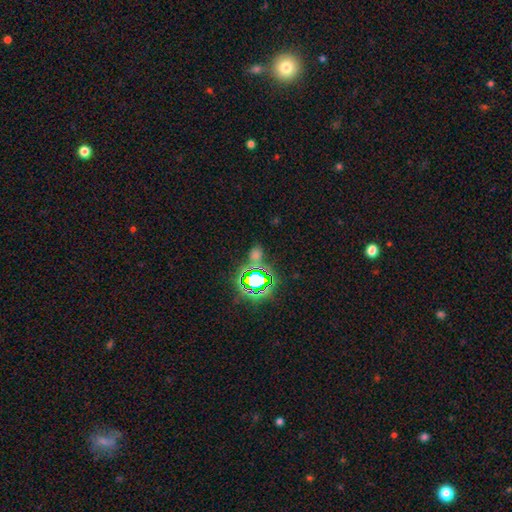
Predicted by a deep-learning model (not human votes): This appears to be a star or artifact, not a galaxy (62%).